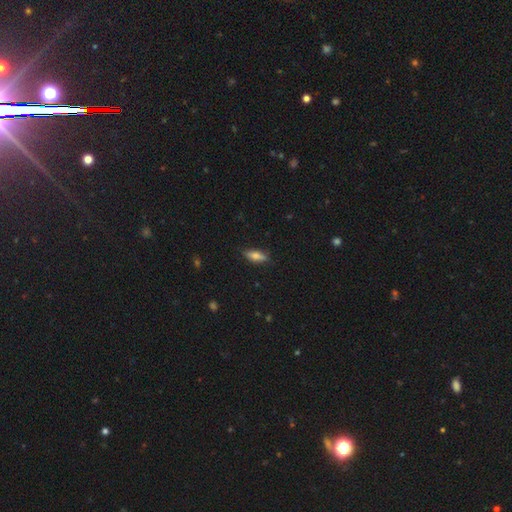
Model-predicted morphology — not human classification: A smooth galaxy with no disk features (63%) that is in between round and cigar-shaped (57%).

Vote fractions:
- Smooth or featured? smooth: 63% / featured or disk: 29% / star or artifact: 8%
- How rounded? in between: 57% / cigar-shaped: 40% / round: 3%
- Merging? none: 83% / minor disturbance: 13% / major disturbance: 3% / merger: 1%